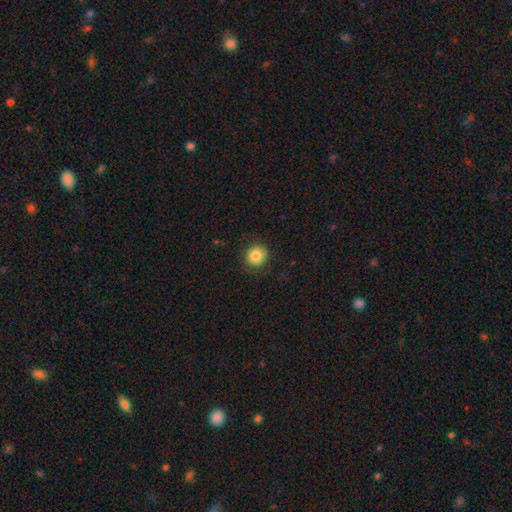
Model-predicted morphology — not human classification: Q: Smooth or featured?
A: smooth (84%); runner-up: star or artifact (9%)
Q: How rounded?
A: round (90%); runner-up: in between (9%)
Q: Merging?
A: none (86%); runner-up: minor disturbance (10%)